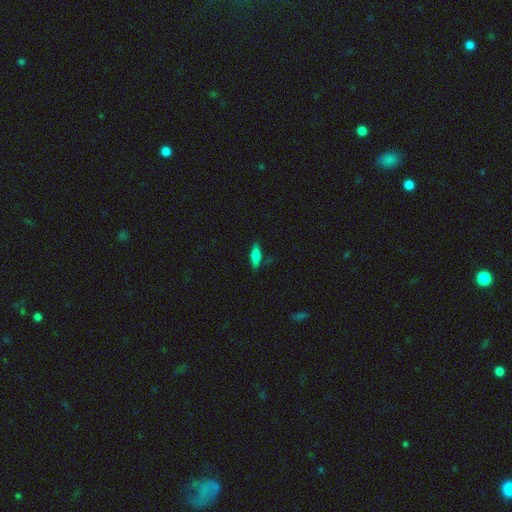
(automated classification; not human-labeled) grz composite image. It shows a smooth galaxy with no disk features (72%) that is in between round and cigar-shaped (54%). Merging: none (80%).